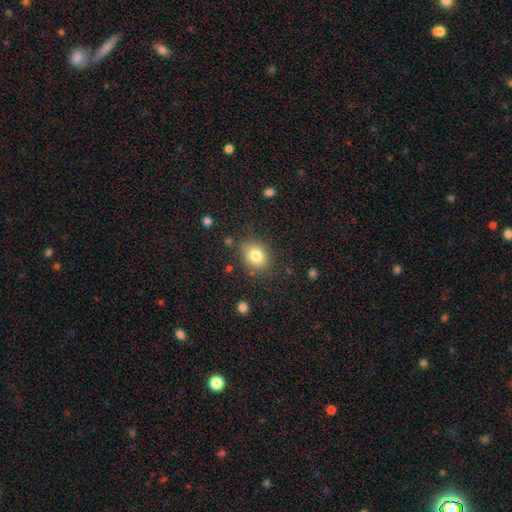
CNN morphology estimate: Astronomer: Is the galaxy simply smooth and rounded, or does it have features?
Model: smooth — 80%.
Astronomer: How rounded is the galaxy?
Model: round — 59% (runner-up: in between, 40%).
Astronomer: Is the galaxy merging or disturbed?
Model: none — 79%.